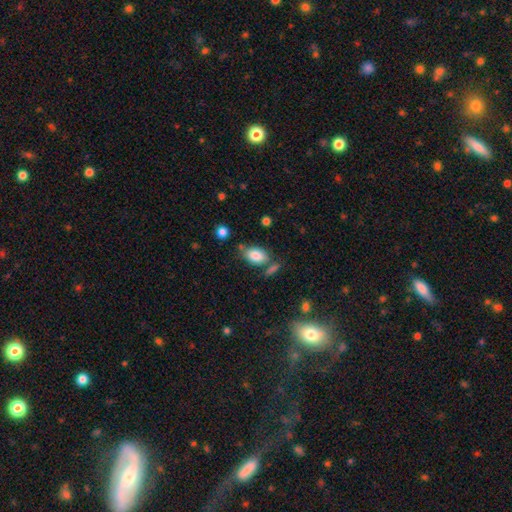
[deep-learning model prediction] The model was most divided on "merging": none: 65%, minor disturbance: 16%, merger: 13%, major disturbance: 5%. More confident: how rounded — in between (90%); smooth or featured — smooth (83%).